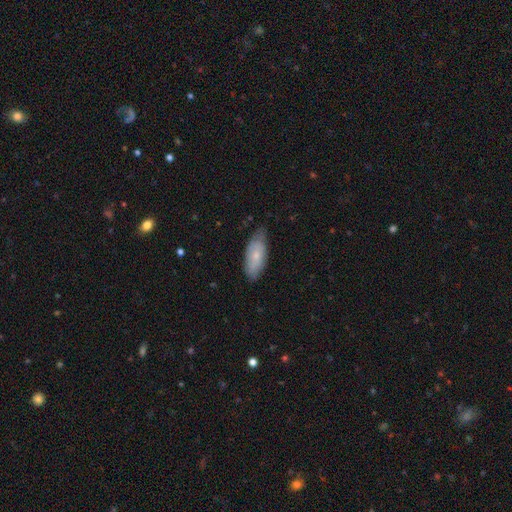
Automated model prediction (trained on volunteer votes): Smooth or featured: smooth — 64% (featured or disk — 30%)
How rounded: in between — 83% (cigar-shaped — 14%)
Merging: none — 64% (minor disturbance — 30%)